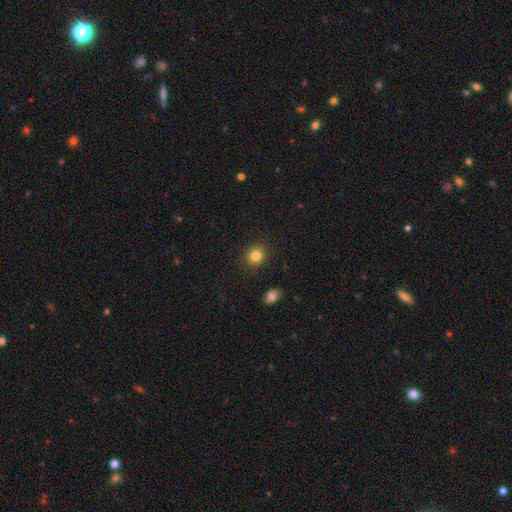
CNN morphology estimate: Overall: smooth (83%). How rounded: round (77%). Merging: none (89%).